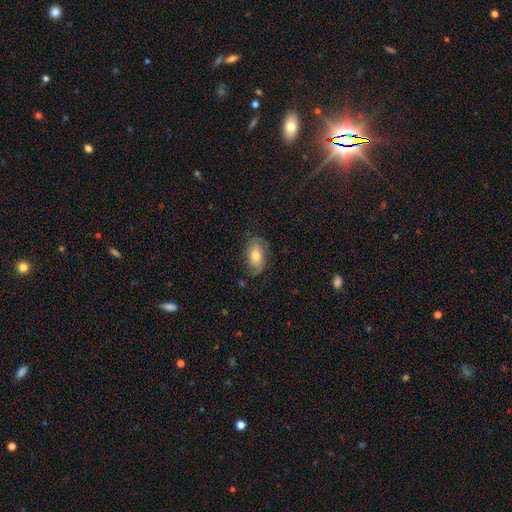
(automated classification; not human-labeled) This is possibly a smooth galaxy (47%). Merging: likely none (66%).